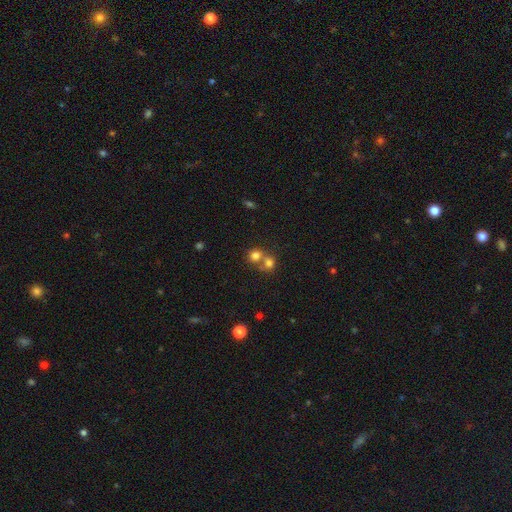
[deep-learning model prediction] Smooth or featured: smooth — 75% (star or artifact — 13%)
How rounded: round — 79% (in between — 20%)
Merging: merger — 53% (none — 38%)